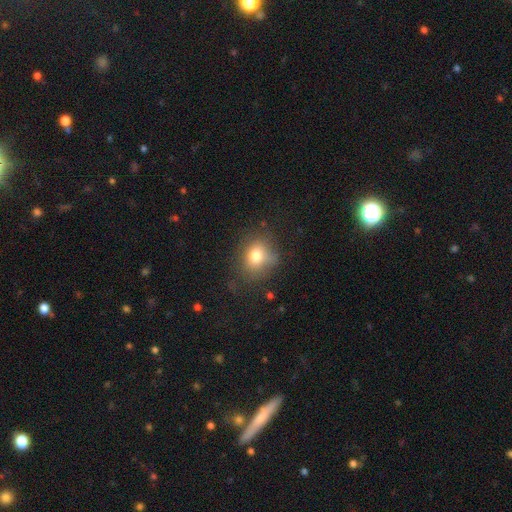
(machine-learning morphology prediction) Smooth or featured? smooth (76%)
How rounded? round (62%)
Merging? none (66%)